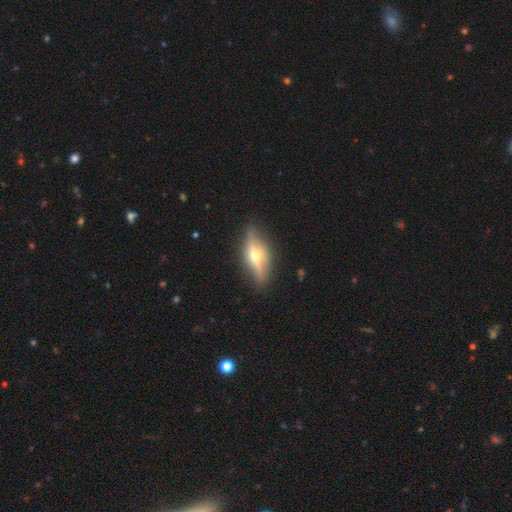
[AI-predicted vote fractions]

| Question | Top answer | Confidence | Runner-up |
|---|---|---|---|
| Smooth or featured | featured or disk | 69% | smooth (24%) |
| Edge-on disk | yes | 88% | no (12%) |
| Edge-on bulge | rounded | 93% | boxy (4%) |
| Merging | none | 84% | minor disturbance (12%) |